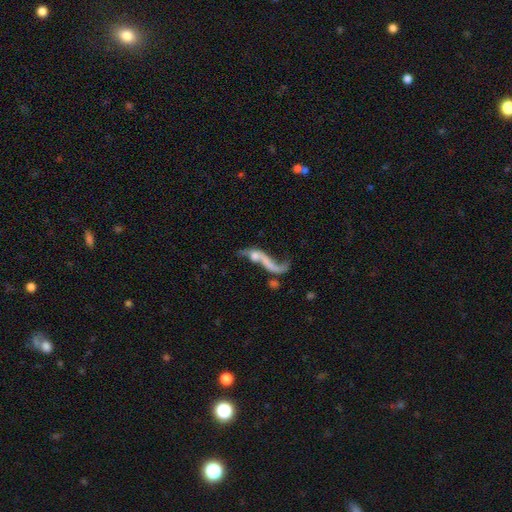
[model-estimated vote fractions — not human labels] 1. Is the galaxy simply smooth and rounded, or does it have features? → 62% featured or disk, 27% smooth, 11% star or artifact.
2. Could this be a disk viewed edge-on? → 84% no, 16% yes.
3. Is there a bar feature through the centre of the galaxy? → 70% no, 21% weak, 9% strong.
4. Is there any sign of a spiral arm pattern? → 56% yes, 44% no.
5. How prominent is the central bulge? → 39% none, 28% small, 23% moderate, 8% large, 3% dominant.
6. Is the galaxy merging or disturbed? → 34% merger, 33% major disturbance, 22% none, 10% minor disturbance.